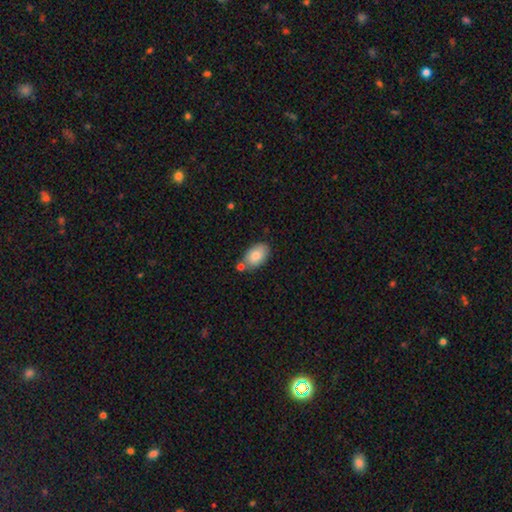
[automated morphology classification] This appears to be a smooth galaxy with no disk features (84%) that is in between round and cigar-shaped (93%). Merging: none (67%).